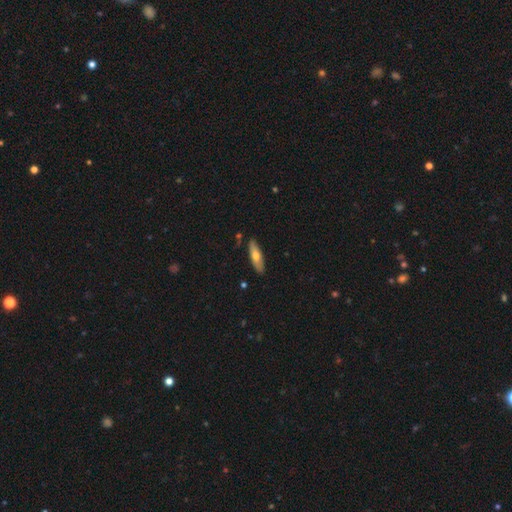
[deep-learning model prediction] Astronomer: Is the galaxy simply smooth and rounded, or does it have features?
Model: smooth — 59% (runner-up: featured or disk, 35%).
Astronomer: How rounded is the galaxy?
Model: cigar-shaped — 51% (runner-up: in between, 47%).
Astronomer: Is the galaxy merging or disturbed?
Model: none — 86%.